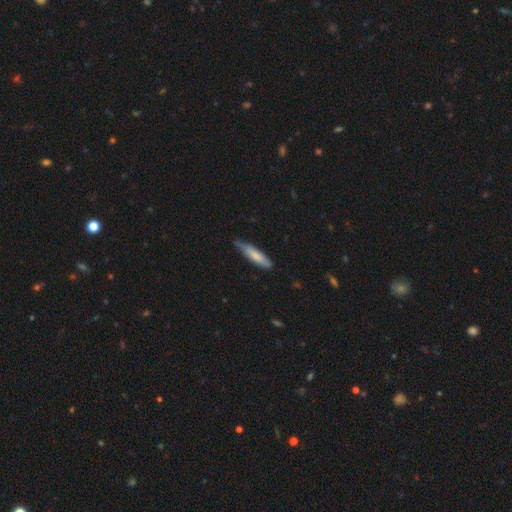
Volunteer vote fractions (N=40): Volunteers were most divided on "merging": none: 57%, minor disturbance: 32%, major disturbance: 8%, merger: 2%. More confident: how rounded — cigar-shaped (87%); smooth or featured — smooth (75%).